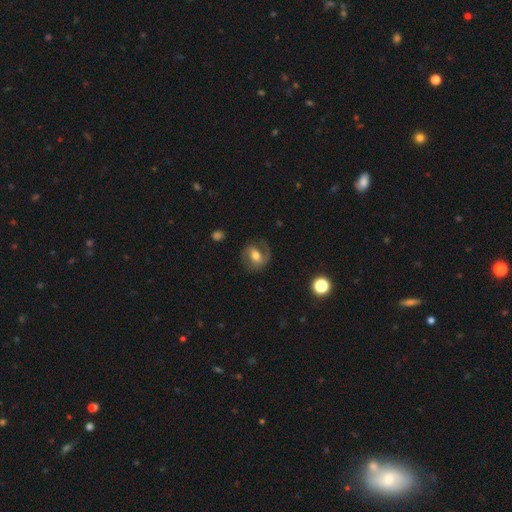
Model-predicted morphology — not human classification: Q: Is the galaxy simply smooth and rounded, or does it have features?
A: featured or disk — 62%.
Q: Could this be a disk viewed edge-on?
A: no — 96%.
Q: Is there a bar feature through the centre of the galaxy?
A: weak — 41%.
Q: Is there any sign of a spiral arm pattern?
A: yes — 82%.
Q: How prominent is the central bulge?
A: moderate — 70%.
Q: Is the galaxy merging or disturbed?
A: none — 73%.